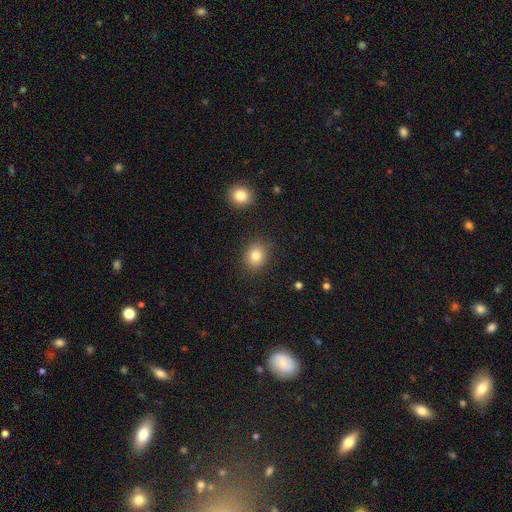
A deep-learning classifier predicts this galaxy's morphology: type=smooth (82%); roundness=round (64%); merging=none (85%).